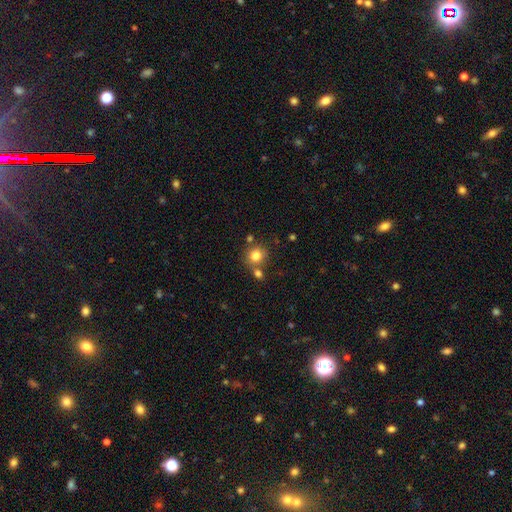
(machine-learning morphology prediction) A smooth galaxy with no disk features (80%) that is round (88%). Merging: none (67%).